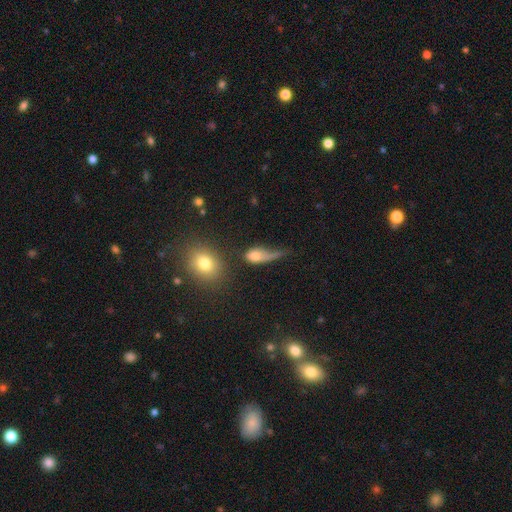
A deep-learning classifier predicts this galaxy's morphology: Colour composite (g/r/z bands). It shows a smooth galaxy with no disk features (58%) that is in between round and cigar-shaped (63%). Merging: major disturbance (46%).